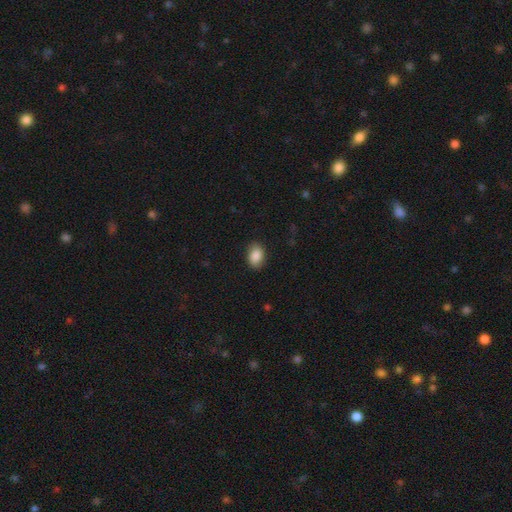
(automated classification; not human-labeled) Smooth or featured? Predicted: smooth (p=0.86). How rounded? Predicted: in between (p=0.80). Merging? Predicted: none (p=0.83).